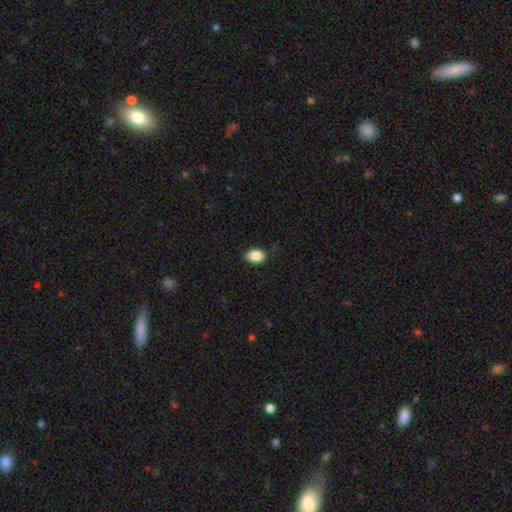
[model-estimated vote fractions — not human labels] Smooth or featured? Predicted: smooth (p=0.87). How rounded? Predicted: in between (p=0.76). Merging? Predicted: none (p=0.76).